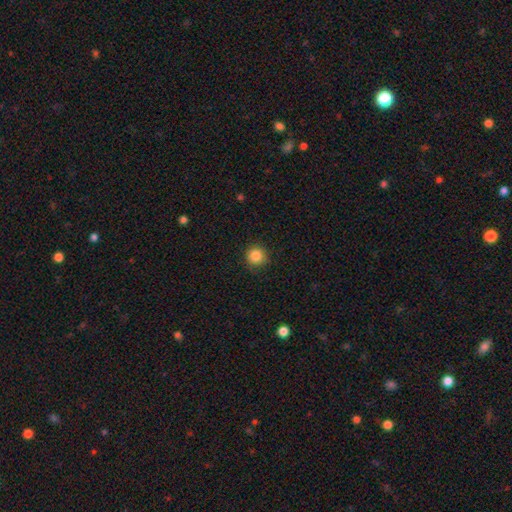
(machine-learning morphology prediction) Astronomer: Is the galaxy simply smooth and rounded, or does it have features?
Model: smooth — 85%.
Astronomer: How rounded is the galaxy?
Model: round — 94%.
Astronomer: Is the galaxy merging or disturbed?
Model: none — 89%.